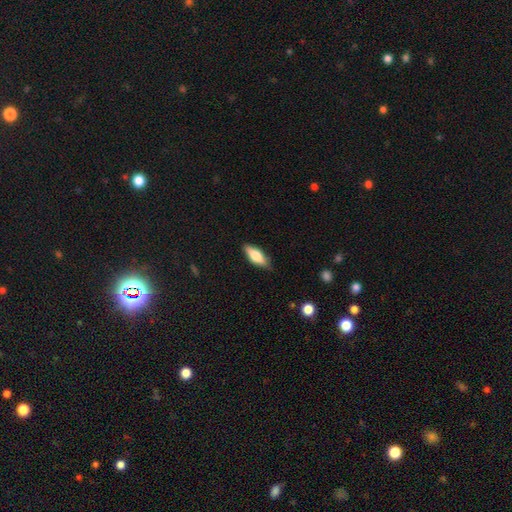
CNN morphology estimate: Smooth or featured? Predicted: smooth (p=0.68). How rounded? Predicted: in between (p=0.67). Merging? Predicted: none (p=0.83).